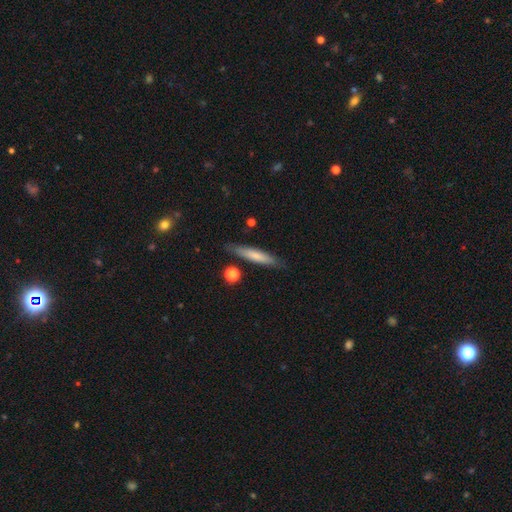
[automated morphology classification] Smooth or featured? Predicted: smooth (p=0.67). How rounded? Predicted: cigar-shaped (p=0.89). Merging? Predicted: none (p=0.83).